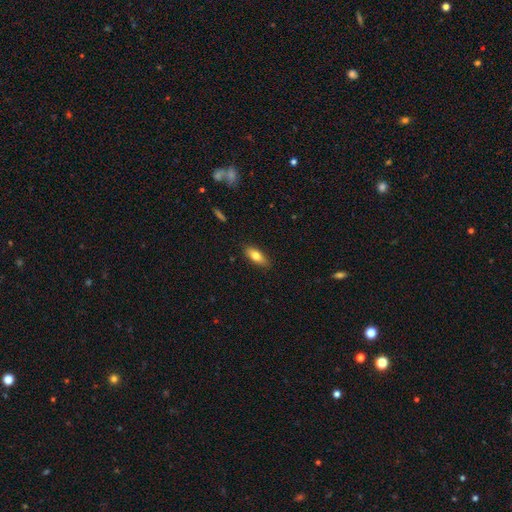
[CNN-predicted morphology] smooth_or_featured: smooth (p=0.77) [alt: featured or disk p=0.16]
how_rounded: in between (p=0.76) [alt: cigar-shaped p=0.21]
merging: none (p=0.86) [alt: minor disturbance p=0.10]